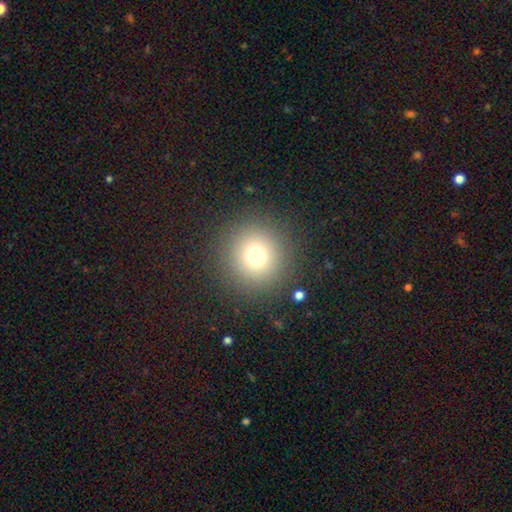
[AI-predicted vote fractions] Smooth or featured: smooth — 76% (star or artifact — 15%)
How rounded: round — 94% (in between — 5%)
Merging: none — 89% (minor disturbance — 6%)